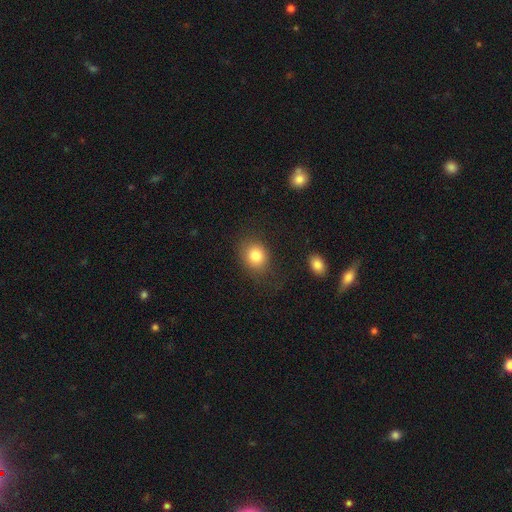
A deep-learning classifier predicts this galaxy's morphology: Smooth or featured? Predicted: smooth (p=0.82). How rounded? Predicted: round (p=0.61). Merging? Predicted: none (p=0.75).